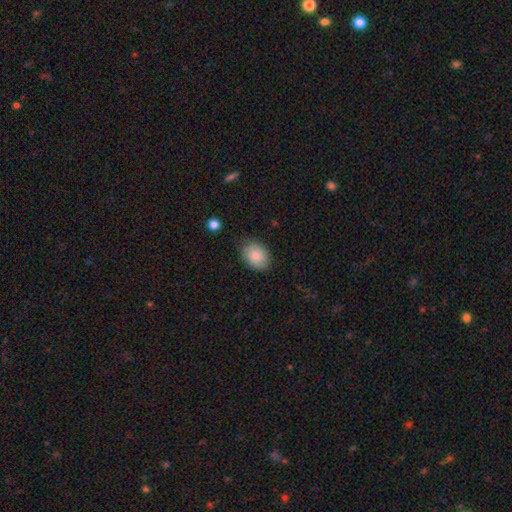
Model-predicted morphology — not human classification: Smooth or featured? Predicted: smooth (p=0.85). How rounded? Predicted: in between (p=0.73). Merging? Predicted: none (p=0.80).